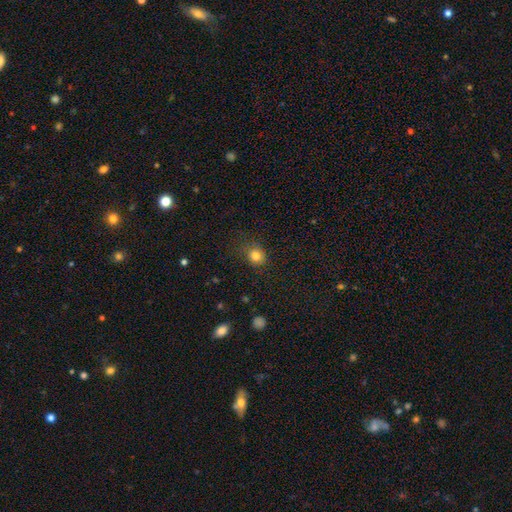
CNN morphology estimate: Smooth or featured? Predicted: smooth (p=0.82). How rounded? Predicted: round (p=0.76). Merging? Predicted: none (p=0.75).